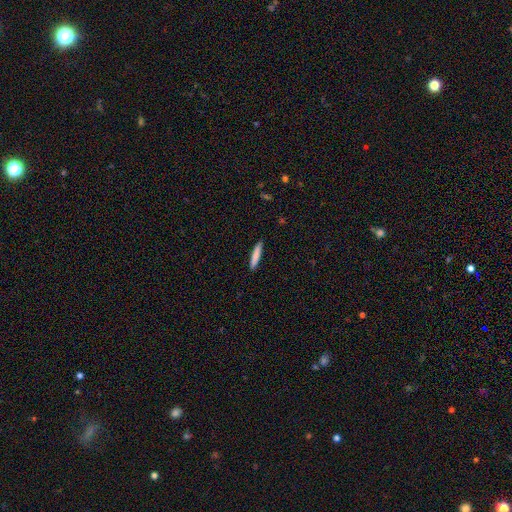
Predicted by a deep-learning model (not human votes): Overall: smooth (82%). How rounded: cigar-shaped (92%). Merging: none (91%).